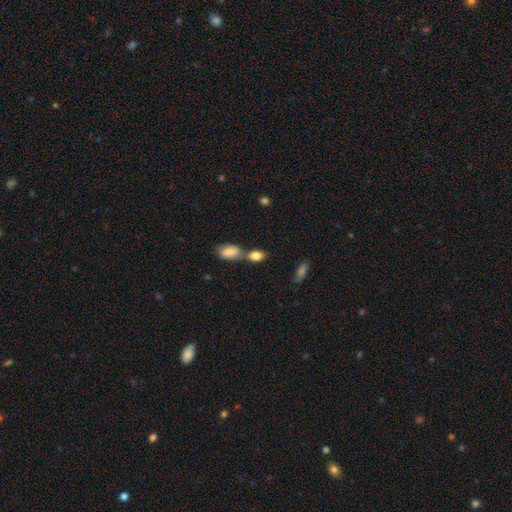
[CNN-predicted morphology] smooth_or_featured: smooth (p=0.82) [alt: featured or disk p=0.10]
how_rounded: in between (p=0.84) [alt: round p=0.12]
merging: merger (p=0.53) [alt: none p=0.33]